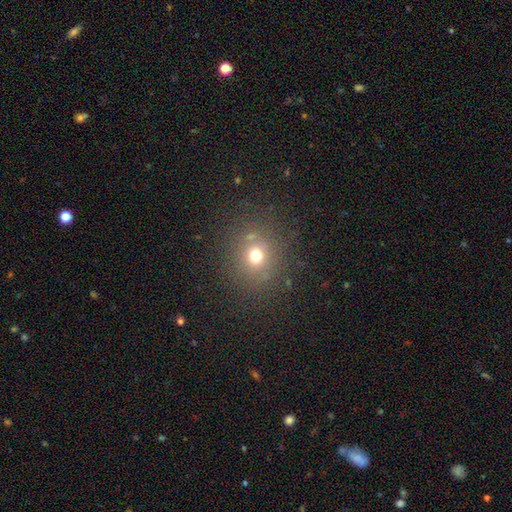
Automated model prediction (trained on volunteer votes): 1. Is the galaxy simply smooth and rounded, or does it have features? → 67% smooth, 21% star or artifact, 12% featured or disk.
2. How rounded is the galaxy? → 82% round, 17% in between, 1% cigar-shaped.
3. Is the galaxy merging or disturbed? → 80% none, 11% minor disturbance, 6% major disturbance, 4% merger.